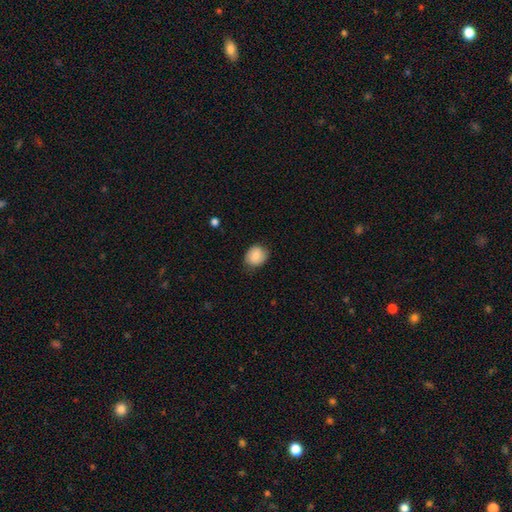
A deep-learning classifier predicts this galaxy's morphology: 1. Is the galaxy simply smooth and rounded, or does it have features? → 85% smooth, 8% star or artifact, 7% featured or disk.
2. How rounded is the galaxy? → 61% round, 38% in between, 1% cigar-shaped.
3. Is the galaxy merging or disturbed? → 76% none, 19% minor disturbance, 4% major disturbance, 1% merger.